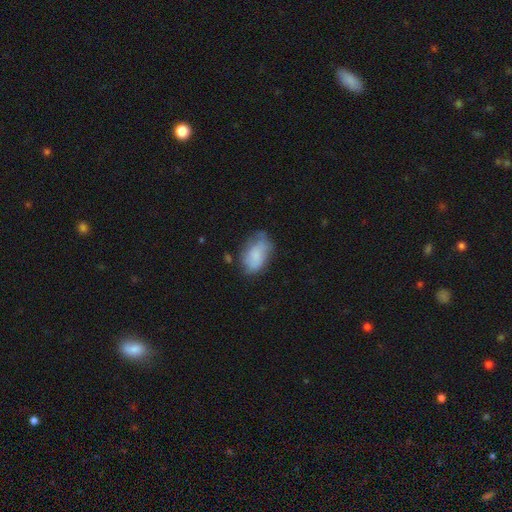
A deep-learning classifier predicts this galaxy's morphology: type=smooth (74%); roundness=in between (91%); merging=none (47%).